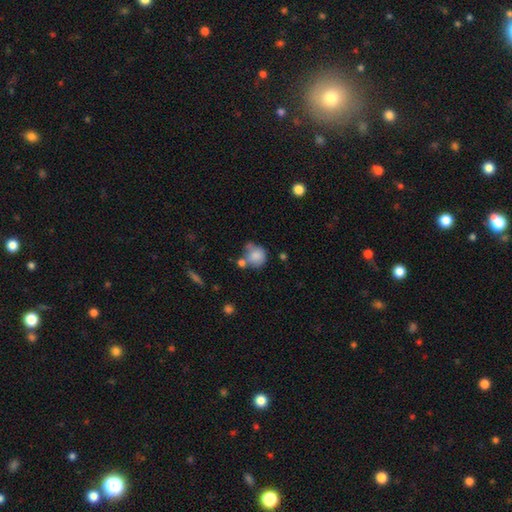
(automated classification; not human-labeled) Overall: smooth (79%). How rounded: round (80%). Merging: none (46%; merger 25%).